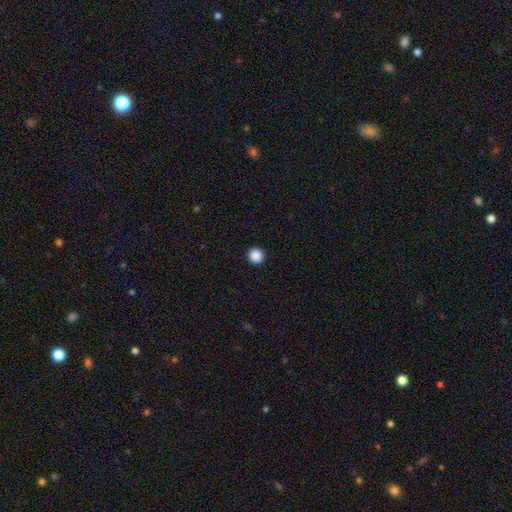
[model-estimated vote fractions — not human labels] Smooth or featured? smooth (89%)
How rounded? round (92%)
Merging? none (93%)